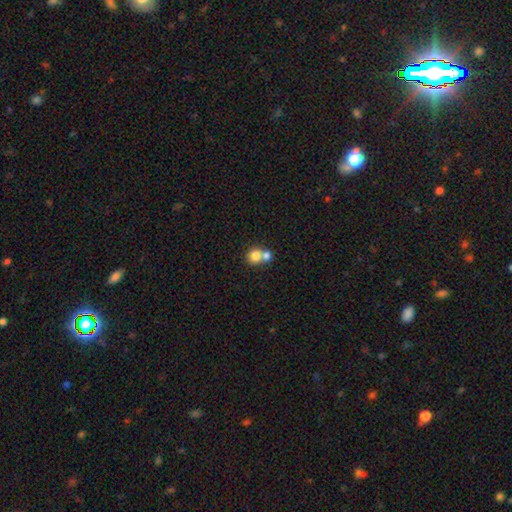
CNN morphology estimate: Overall: smooth (79%). How rounded: round (85%). Merging: merger (56%; none 37%).